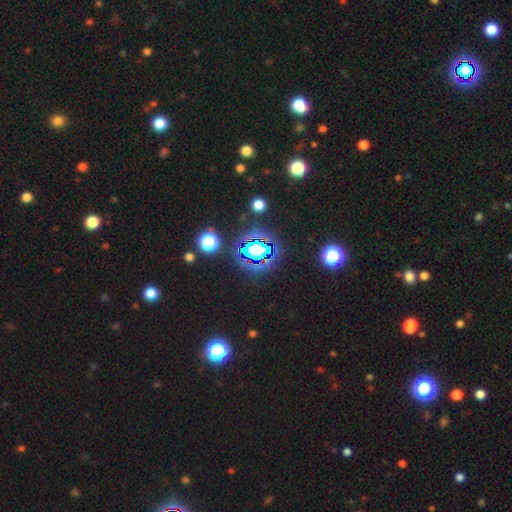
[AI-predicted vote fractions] A star or artifact, not a galaxy (74%).

Vote fractions:
- Smooth or featured? star or artifact: 74% / smooth: 17% / featured or disk: 9%